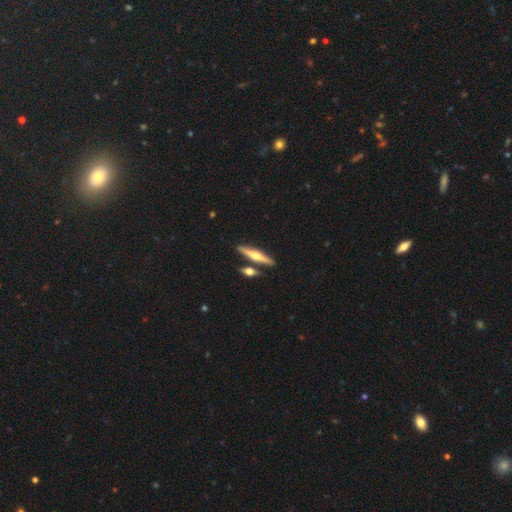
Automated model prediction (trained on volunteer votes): Smooth or featured: featured or disk — 60% (smooth — 34%)
Edge-on disk: yes — 96% (no — 4%)
Edge-on bulge: rounded — 91% (none — 5%)
Merging: none — 78% (merger — 13%)